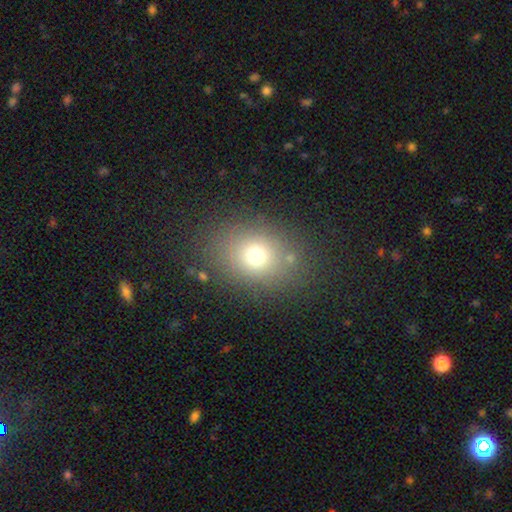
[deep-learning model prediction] The model was most divided on "how rounded": round: 53%, in between: 46%, cigar-shaped: 1%. More confident: merging — none (80%); smooth or featured — smooth (70%).